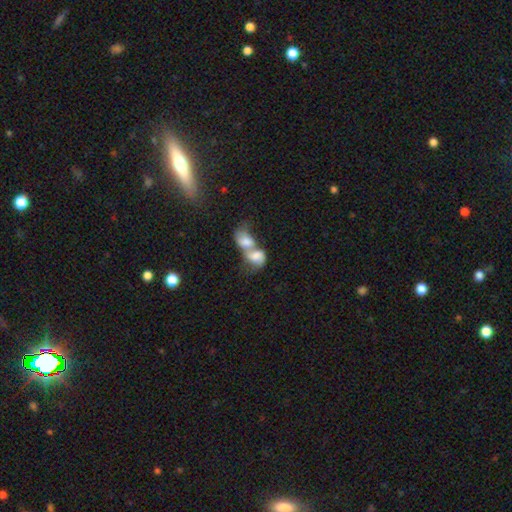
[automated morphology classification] smooth 65%, featured or disk 27%, star or artifact 8%. Down the decision tree: how rounded — in between (75%); merging — merger (85%).